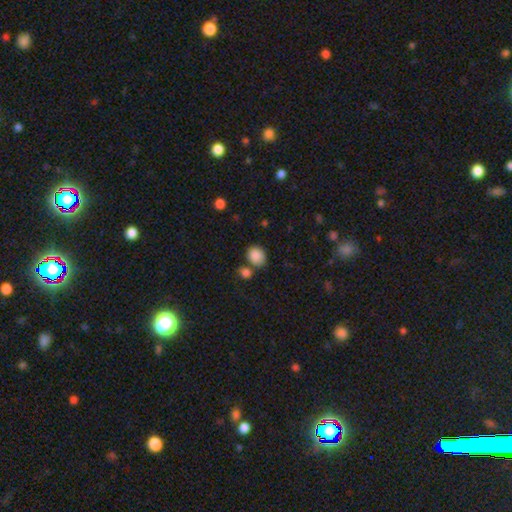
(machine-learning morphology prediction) Smooth or featured?
  - smooth: 87% *
  - star or artifact: 9%
  - featured or disk: 5%
How rounded?
  - round: 64% *
  - in between: 35%
  - cigar-shaped: 1%
Merging?
  - none: 63% *
  - merger: 19%
  - minor disturbance: 14%
  - major disturbance: 4%